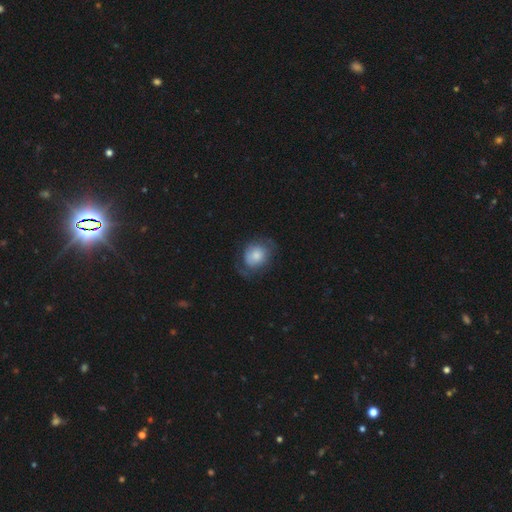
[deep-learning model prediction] smooth 61%, featured or disk 32%, star or artifact 8%. Down the decision tree: how rounded — round (56%); merging — none (51%).